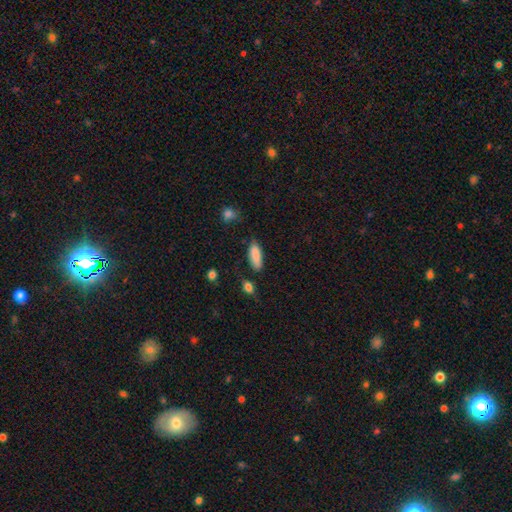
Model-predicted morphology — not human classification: Q: Smooth or featured?
A: smooth (87%); runner-up: star or artifact (7%)
Q: How rounded?
A: in between (68%); runner-up: cigar-shaped (30%)
Q: Merging?
A: none (76%); runner-up: minor disturbance (17%)